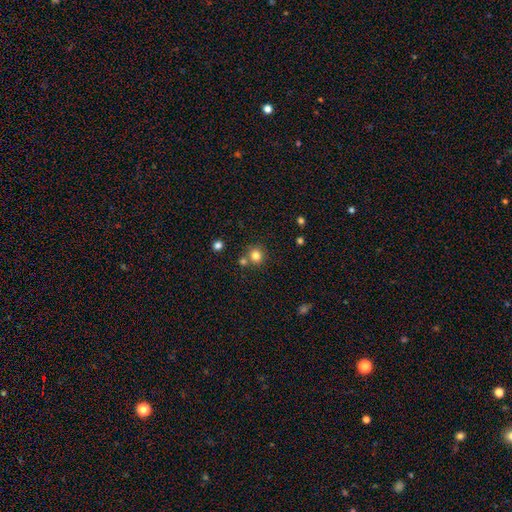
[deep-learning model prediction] A smooth galaxy with no disk features (81%) that is round (91%).

Vote fractions:
- Smooth or featured? smooth: 81% / star or artifact: 13% / featured or disk: 7%
- How rounded? round: 91% / in between: 8% / cigar-shaped: 1%
- Merging? none: 72% / merger: 17% / minor disturbance: 8% / major disturbance: 3%